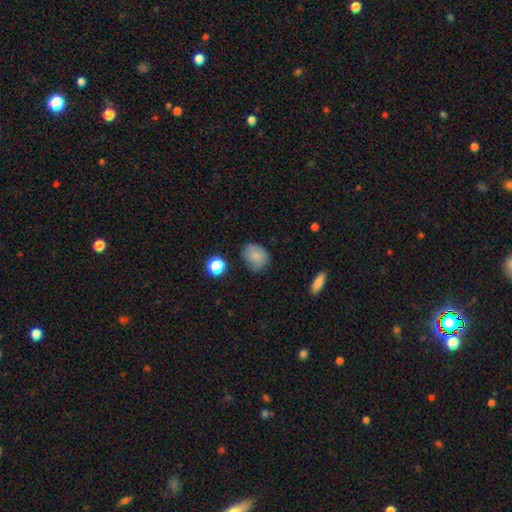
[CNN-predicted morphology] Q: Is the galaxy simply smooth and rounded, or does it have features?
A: smooth — 82%.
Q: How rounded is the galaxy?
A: in between — 51%.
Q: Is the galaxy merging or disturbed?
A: none — 70%.